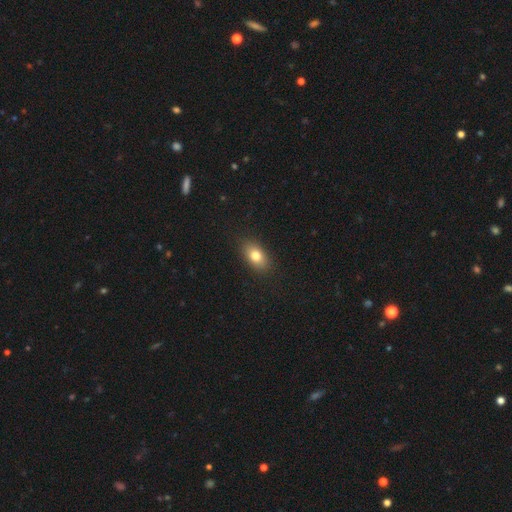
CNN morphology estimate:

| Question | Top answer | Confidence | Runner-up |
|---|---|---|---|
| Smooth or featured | smooth | 80% | featured or disk (11%) |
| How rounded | in between | 86% | round (12%) |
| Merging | none | 88% | minor disturbance (9%) |